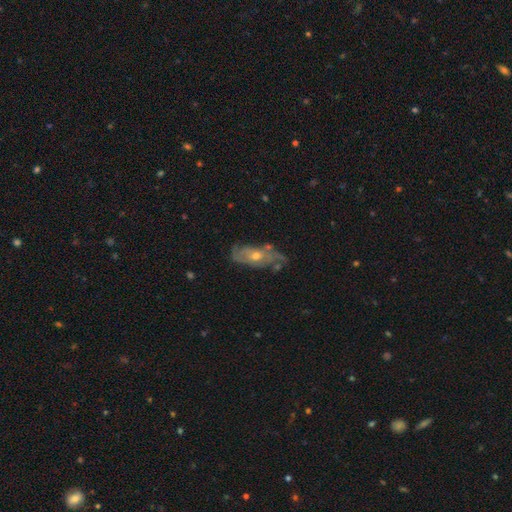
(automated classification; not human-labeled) featured or disk 74%, smooth 18%, star or artifact 8%. Down the decision tree: edge-on disk — no (86%); bar — no (78%); spiral arms — yes (80%); spiral arm count — can't tell (46%); spiral winding — tight (45%); bulge size — moderate (57%); merging — none (63%).